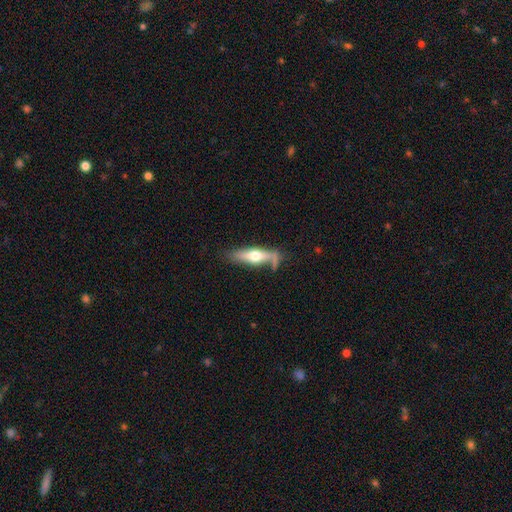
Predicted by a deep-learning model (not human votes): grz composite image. It shows a featured or disk galaxy (55%) viewed edge-on (80%). Merging: none (55%).